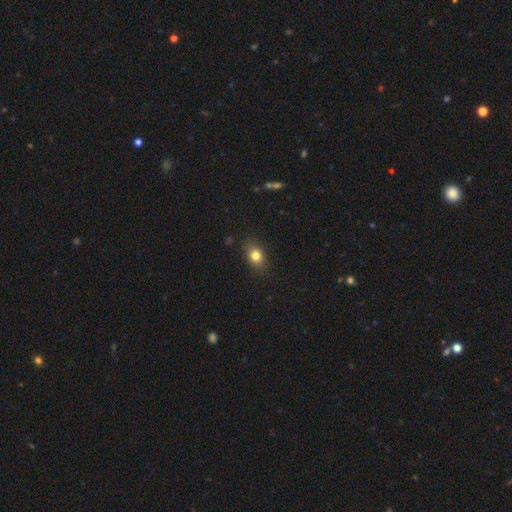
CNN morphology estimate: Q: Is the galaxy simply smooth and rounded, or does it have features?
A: smooth — 81%.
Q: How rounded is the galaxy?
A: in between — 62%.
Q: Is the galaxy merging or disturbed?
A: none — 84%.